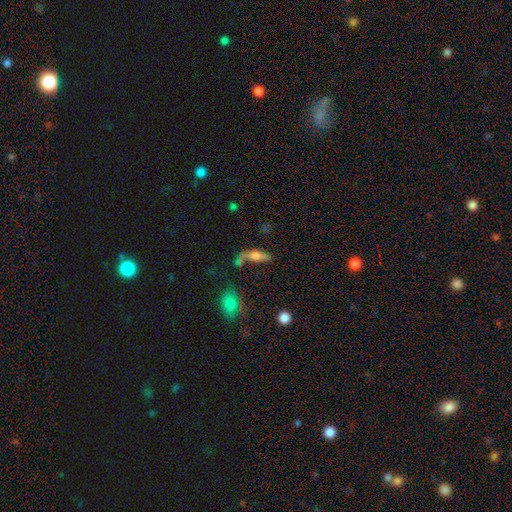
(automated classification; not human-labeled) Smooth or featured? smooth (59%)
How rounded? cigar-shaped (48%)
Merging? none (46%)